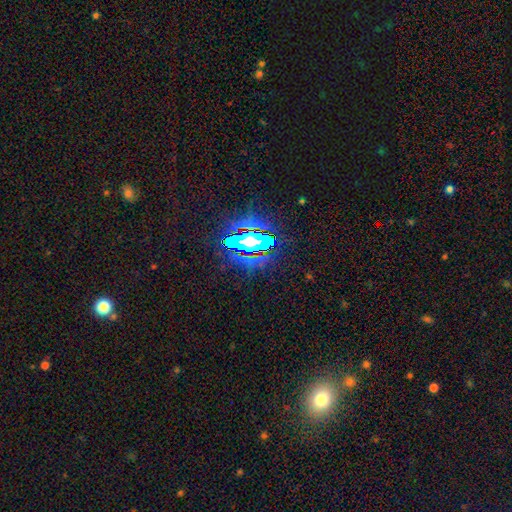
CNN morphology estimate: Smooth or featured: star or artifact — 84% (smooth — 9%)